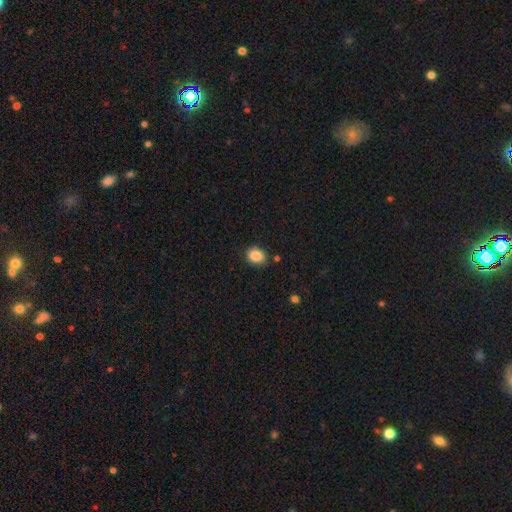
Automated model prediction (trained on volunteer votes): The model was most divided on "how rounded": in between: 51%, round: 48%, cigar-shaped: 1%. More confident: smooth or featured — smooth (86%); merging — none (82%).